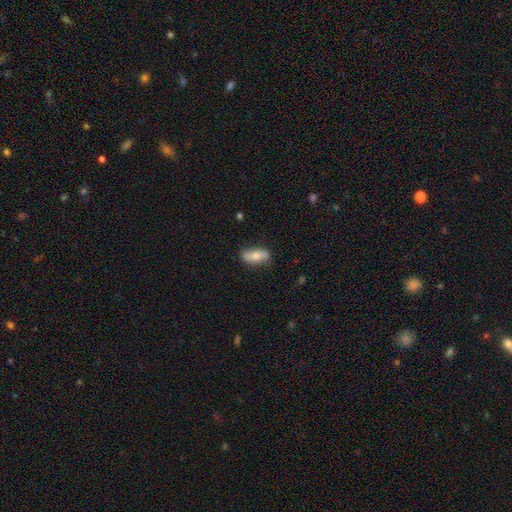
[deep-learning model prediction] The model was most divided on "smooth or featured": smooth: 65%, featured or disk: 29%, star or artifact: 6%. More confident: merging — none (78%); how rounded — in between (74%).